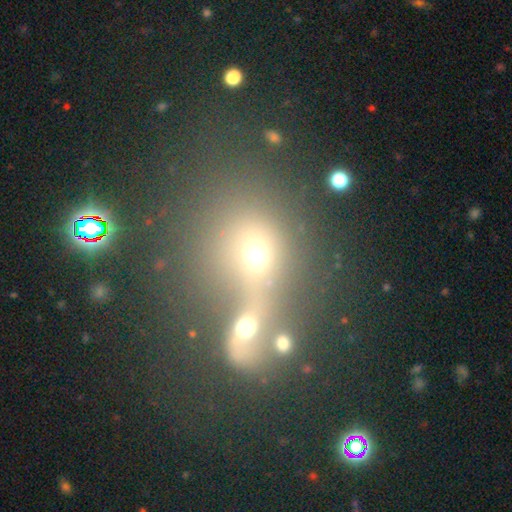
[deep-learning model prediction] Morphology: type=smooth (56%); roundness=round (68%); merging=merger (59%).